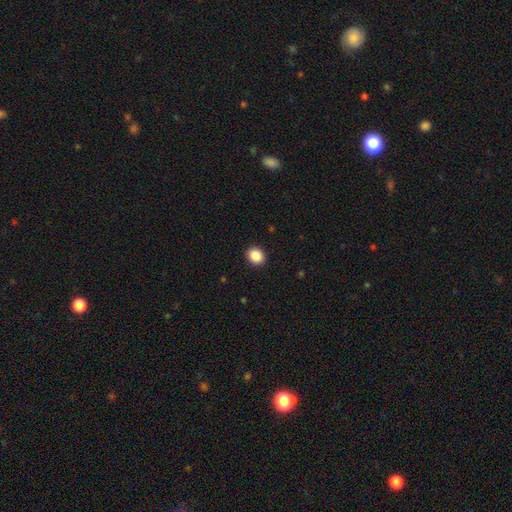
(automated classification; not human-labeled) Smooth or featured? Predicted: smooth (p=0.89). How rounded? Predicted: round (p=0.63). Merging? Predicted: none (p=0.92).